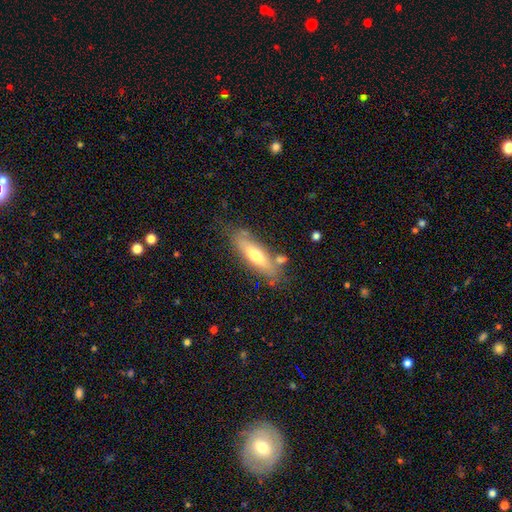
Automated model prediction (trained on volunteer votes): smooth 54%, featured or disk 39%, star or artifact 7%. Down the decision tree: how rounded — cigar-shaped (58%); merging — none (72%).